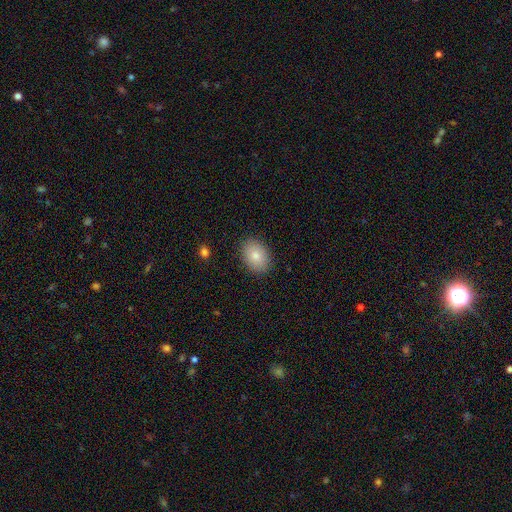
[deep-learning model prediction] Smooth or featured? smooth (83%)
How rounded? in between (78%)
Merging? none (88%)